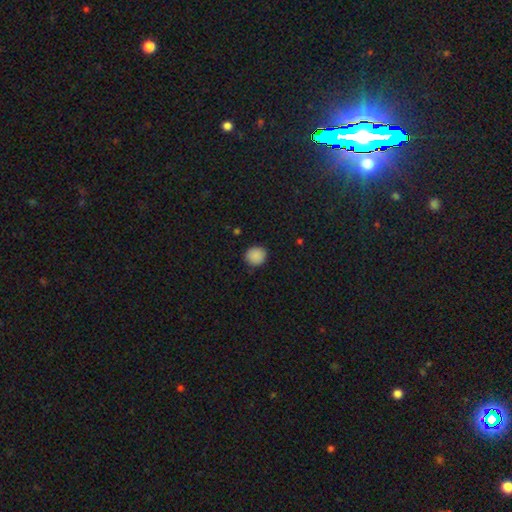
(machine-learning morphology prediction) Q: Smooth or featured?
A: smooth (88%); runner-up: star or artifact (9%)
Q: How rounded?
A: round (87%); runner-up: in between (12%)
Q: Merging?
A: none (87%); runner-up: minor disturbance (10%)